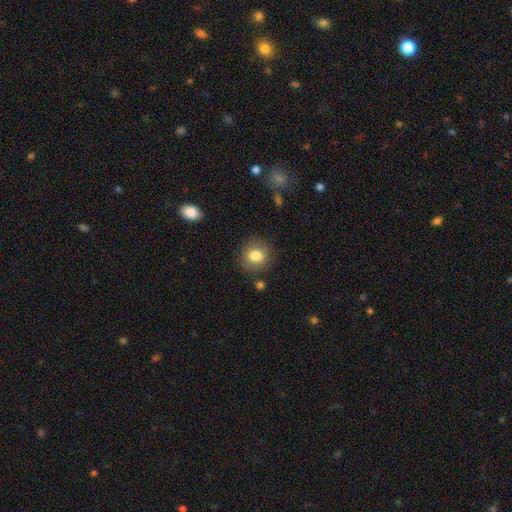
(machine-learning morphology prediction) Smooth or featured: smooth — 82% (star or artifact — 9%)
How rounded: round — 80% (in between — 19%)
Merging: none — 84% (minor disturbance — 10%)